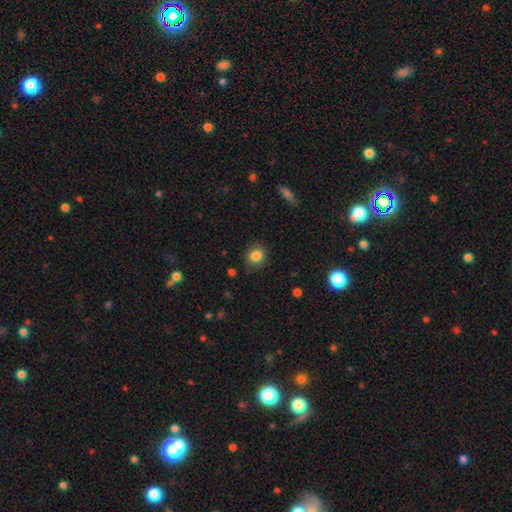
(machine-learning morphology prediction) smooth 84%, star or artifact 10%, featured or disk 6%. Down the decision tree: how rounded — round (64%); merging — none (81%).